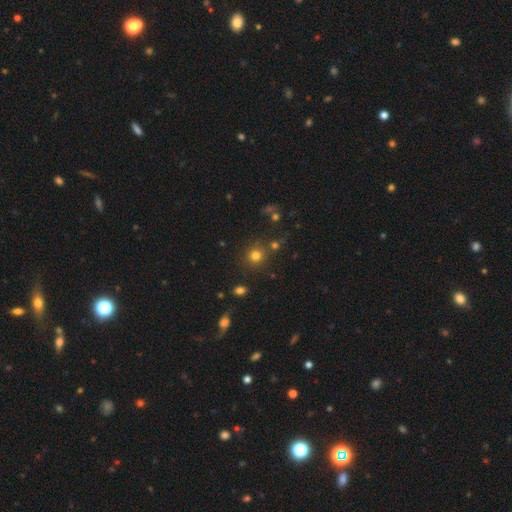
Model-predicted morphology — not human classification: smooth 75%, star or artifact 18%, featured or disk 7%. Down the decision tree: how rounded — round (90%); merging — none (79%).